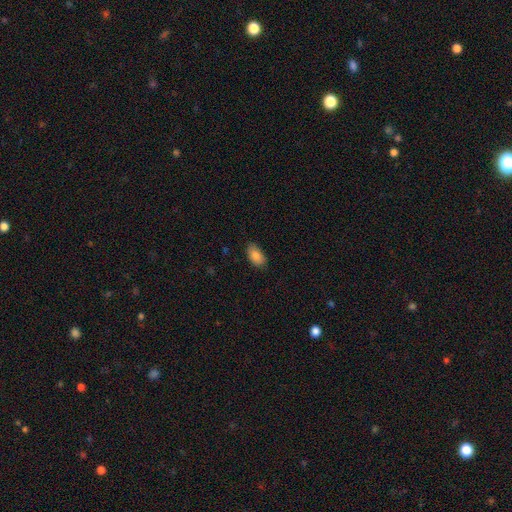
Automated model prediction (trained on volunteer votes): Smooth or featured? Predicted: smooth (p=0.84). How rounded? Predicted: in between (p=0.93). Merging? Predicted: none (p=0.80).